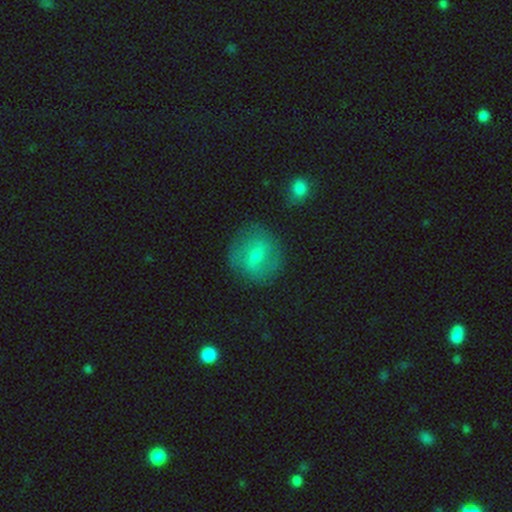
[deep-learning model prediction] Q: Smooth or featured?
A: smooth (50%); runner-up: featured or disk (42%)
Q: Merging?
A: none (78%); runner-up: minor disturbance (15%)